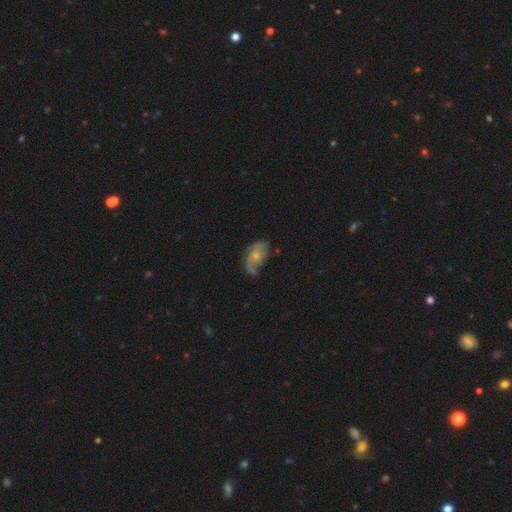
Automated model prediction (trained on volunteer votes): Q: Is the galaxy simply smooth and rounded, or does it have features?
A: featured or disk — 70%.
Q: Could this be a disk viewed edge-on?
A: no — 96%.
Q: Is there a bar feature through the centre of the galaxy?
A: no — 71%.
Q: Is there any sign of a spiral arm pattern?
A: yes — 89%.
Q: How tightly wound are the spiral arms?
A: medium — 43%.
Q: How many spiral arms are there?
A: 2 — 50%.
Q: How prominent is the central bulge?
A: small — 56%.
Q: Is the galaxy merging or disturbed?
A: none — 54%.